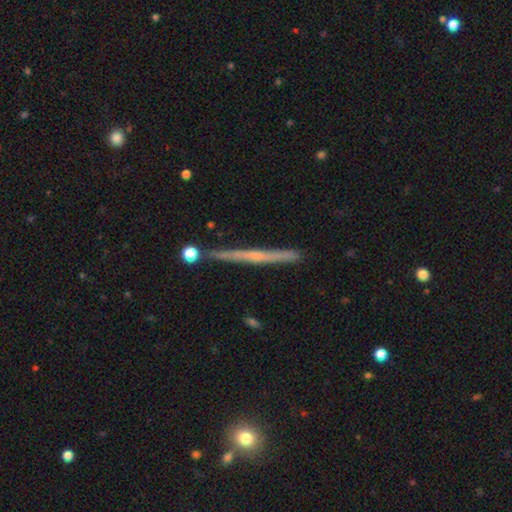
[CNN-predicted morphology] The model was most divided on "smooth or featured": featured or disk: 64%, smooth: 29%, star or artifact: 7%. More confident: edge-on disk — yes (98%); merging — none (87%); edge-on bulge — none (69%).